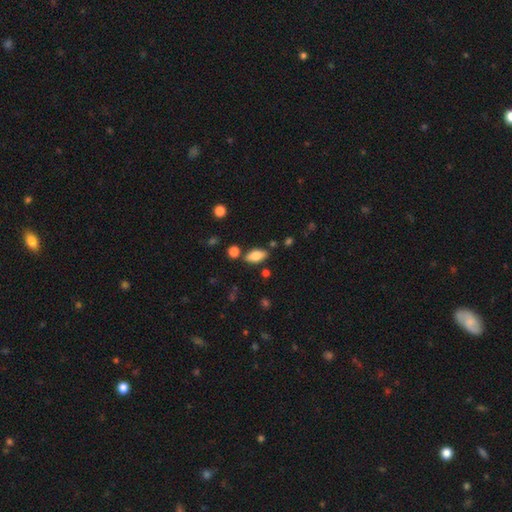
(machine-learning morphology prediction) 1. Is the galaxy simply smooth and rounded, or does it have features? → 80% smooth, 13% featured or disk, 7% star or artifact.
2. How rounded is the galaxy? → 90% in between, 8% cigar-shaped, 3% round.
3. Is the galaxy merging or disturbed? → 81% none, 11% minor disturbance, 6% merger, 3% major disturbance.